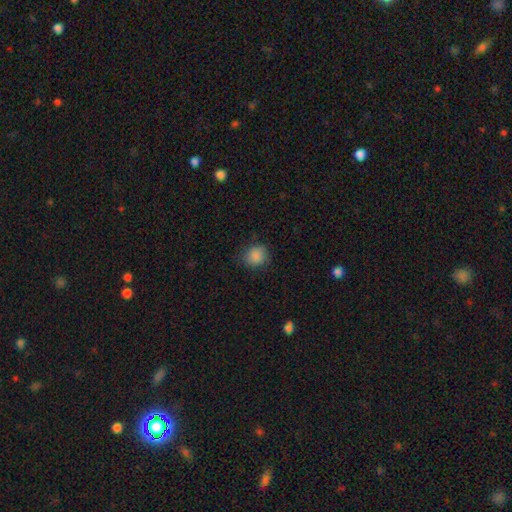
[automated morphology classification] This is clearly a smooth galaxy (87%). How rounded: likely round (78%). Merging: likely none (79%).